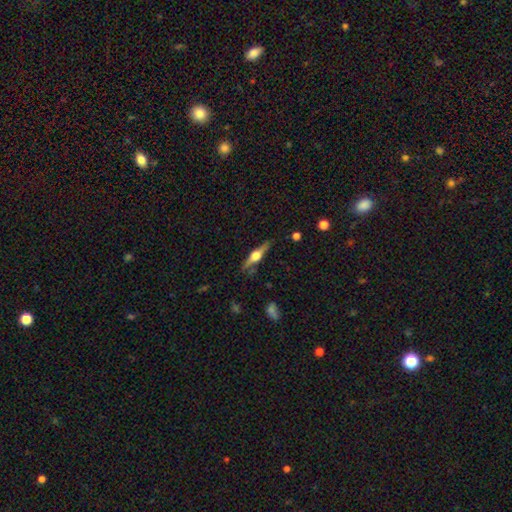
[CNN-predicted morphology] The model was most divided on "smooth or featured": featured or disk: 72%, smooth: 22%, star or artifact: 6%. More confident: edge-on disk — yes (97%); edge-on bulge — rounded (93%); merging — none (85%).